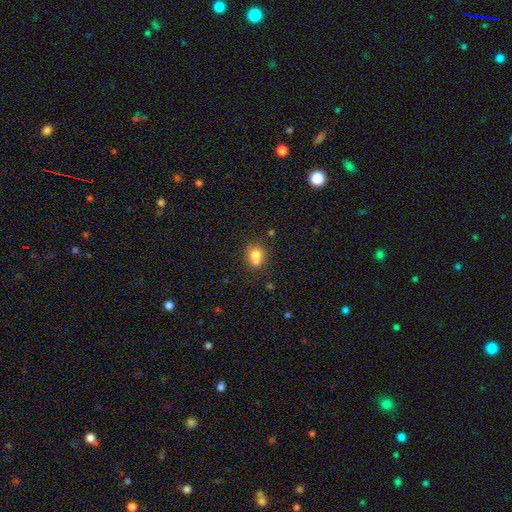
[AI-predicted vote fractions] A smooth galaxy with no disk features (74%) that is round (66%). Merging: none (46%).